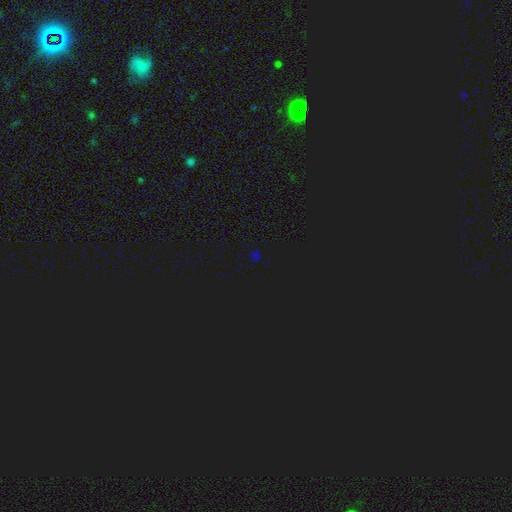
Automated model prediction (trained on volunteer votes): Smooth or featured?
  - star or artifact: 74% *
  - smooth: 20%
  - featured or disk: 6%